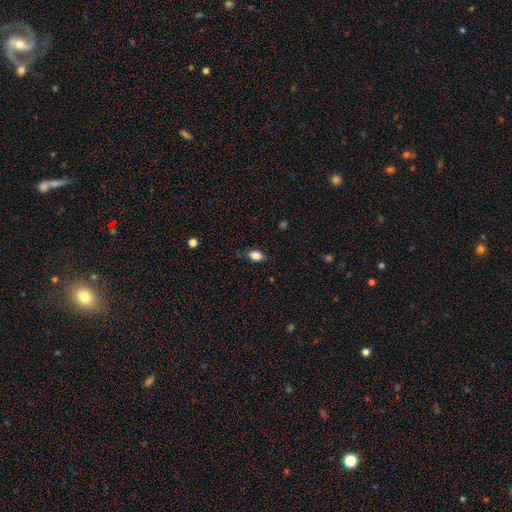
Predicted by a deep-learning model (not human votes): Morphology: type=smooth (85%); roundness=in between (85%); merging=none (83%).